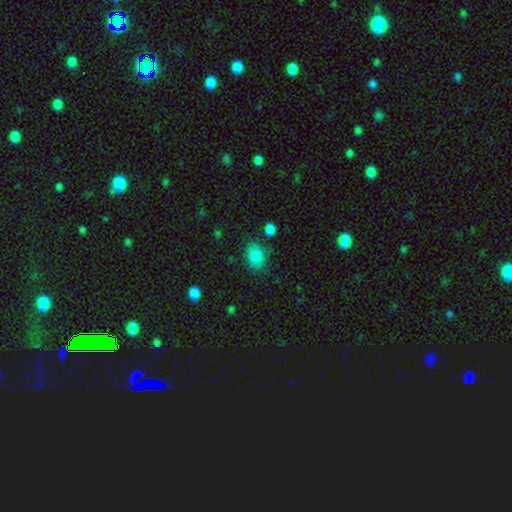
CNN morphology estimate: Smooth or featured: smooth — 85% (star or artifact — 9%)
How rounded: in between — 64% (round — 35%)
Merging: none — 74% (minor disturbance — 17%)